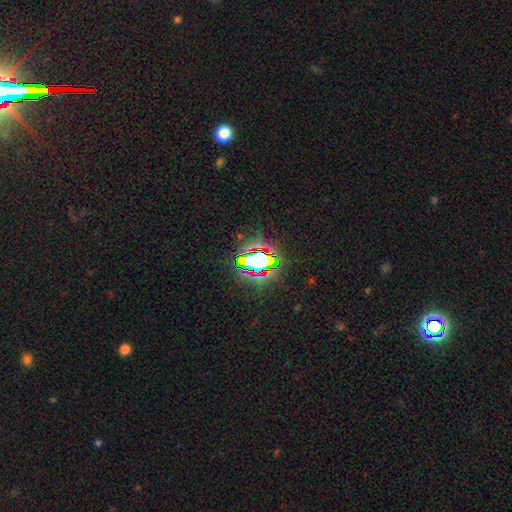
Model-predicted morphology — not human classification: The model was most divided on "smooth or featured": star or artifact: 76%, smooth: 14%, featured or disk: 10%.